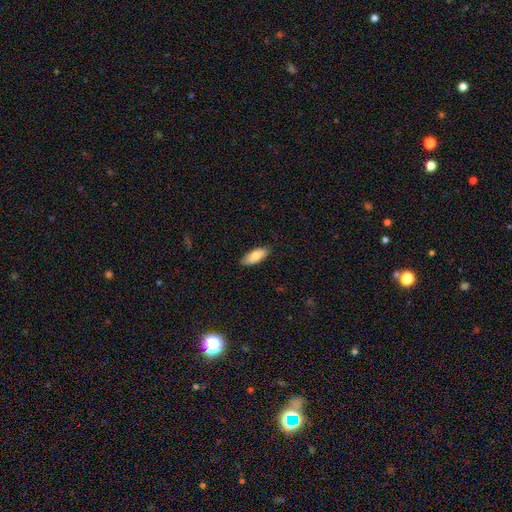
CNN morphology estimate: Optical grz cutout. It shows a smooth galaxy with no disk features (77%) that is in between round and cigar-shaped (78%). Merging: none (86%).